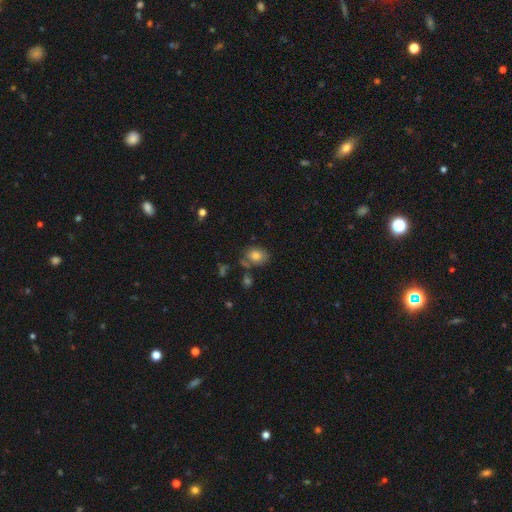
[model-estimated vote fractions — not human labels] Smooth or featured: smooth — 80% (featured or disk — 11%)
How rounded: in between — 61% (round — 38%)
Merging: none — 65% (minor disturbance — 19%)